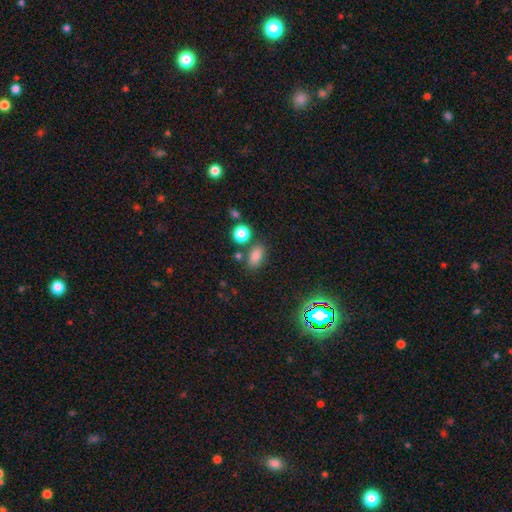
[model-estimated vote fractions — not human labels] Morphology: type=smooth (81%); roundness=in between (84%); merging=none (76%).